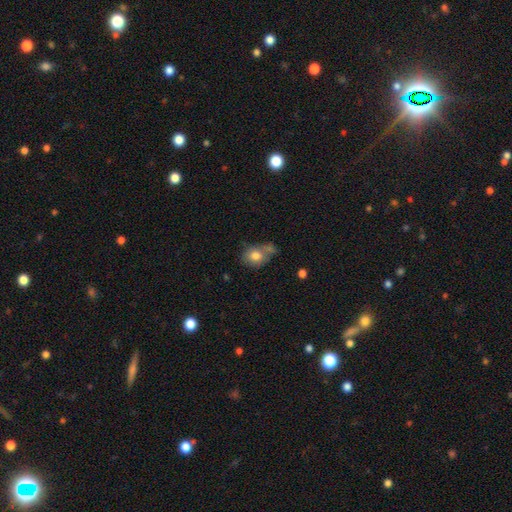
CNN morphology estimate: Smooth or featured? Predicted: smooth (p=0.77). How rounded? Predicted: in between (p=0.57). Merging? Predicted: none (p=0.39).